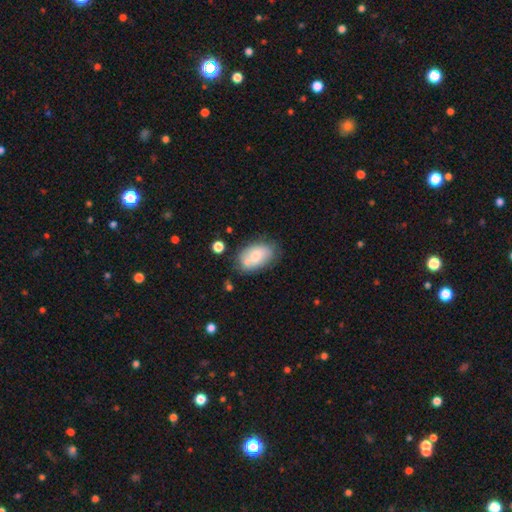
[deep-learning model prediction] Smooth or featured? smooth (67%)
How rounded? in between (88%)
Merging? none (52%)